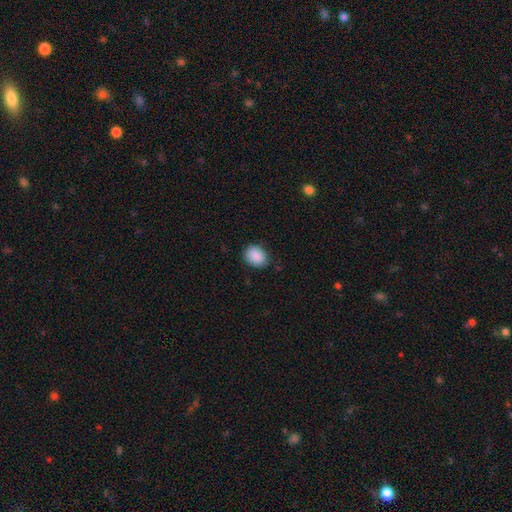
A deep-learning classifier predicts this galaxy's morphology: type=smooth (89%); roundness=in between (61%); merging=none (83%).